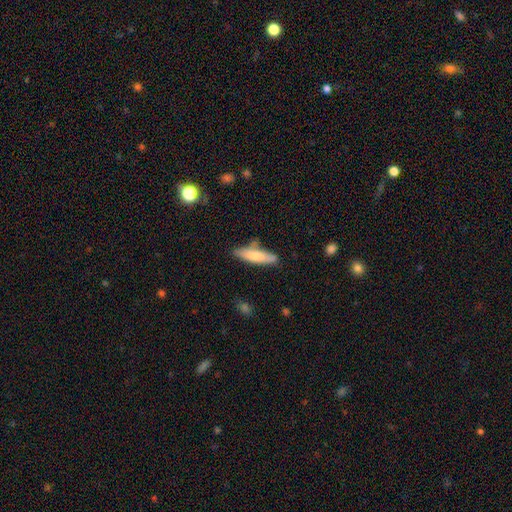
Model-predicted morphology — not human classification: A smooth galaxy with no disk features (70%) that is cigar-shaped (73%). Merging: none (68%).